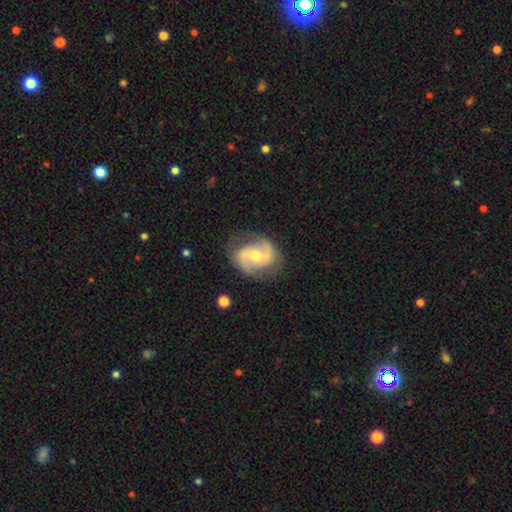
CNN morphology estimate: Smooth or featured?
  - featured or disk: 79% *
  - smooth: 15%
  - star or artifact: 6%
Edge-on disk?
  - no: 97% *
  - yes: 3%
Bar?
  - no: 45% *
  - weak: 40%
  - strong: 15%
Spiral arms?
  - yes: 92% *
  - no: 8%
Spiral winding?
  - medium: 50% *
  - loose: 28%
  - tight: 23%
Spiral arm count?
  - 2: 87% *
  - can't tell: 7%
  - 1: 2%
  - 3: 2%
  - 4: 1%
  - more than 4: 1%
Bulge size?
  - moderate: 63% *
  - small: 32%
  - large: 3%
  - none: 1%
  - dominant: 1%
Merging?
  - none: 71% *
  - minor disturbance: 19%
  - major disturbance: 8%
  - merger: 1%